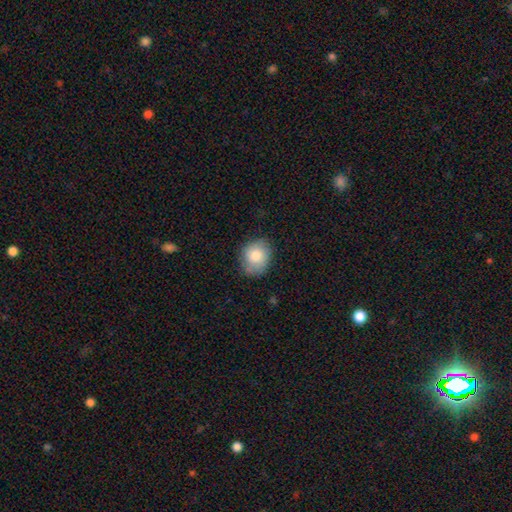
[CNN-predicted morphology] smooth_or_featured: smooth (p=0.80) [alt: featured or disk p=0.12]
how_rounded: round (p=0.58) [alt: in between p=0.41]
merging: none (p=0.73) [alt: minor disturbance p=0.21]